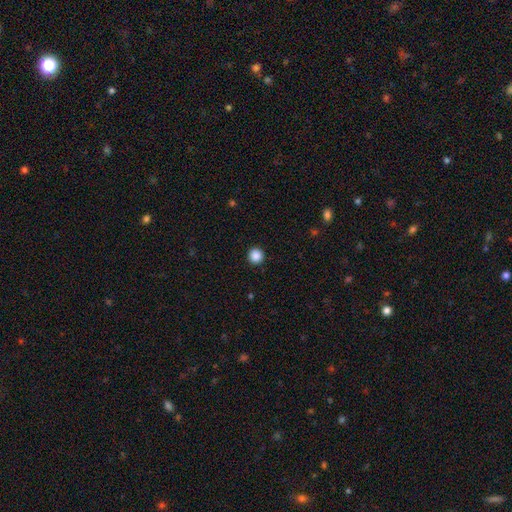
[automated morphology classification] Smooth or featured? Predicted: smooth (p=0.88). How rounded? Predicted: round (p=0.96). Merging? Predicted: none (p=0.93).